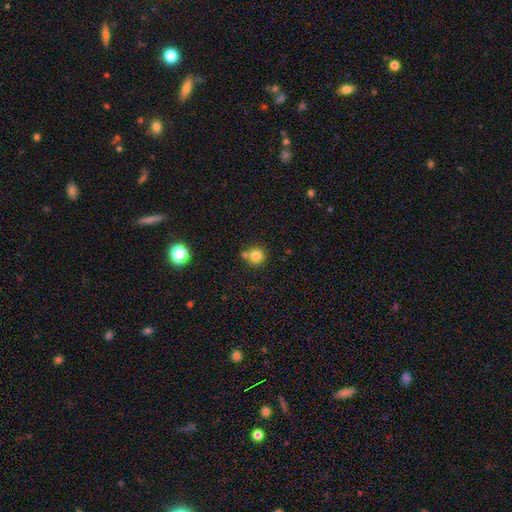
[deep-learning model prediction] This appears to be a smooth galaxy with no disk features (80%) that is round (93%). Merging: none (65%).